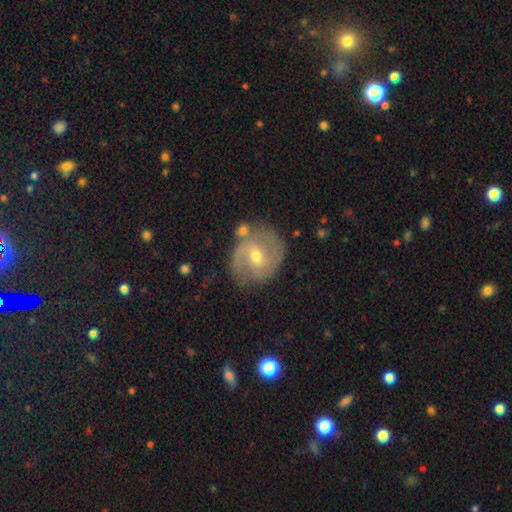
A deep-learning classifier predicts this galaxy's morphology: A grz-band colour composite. It shows a featured or disk galaxy (77%) with a weak bar (48%), 2 (79%) medium (47%) spiral arms (89%) and a moderate central bulge (53%). Merging: none (73%).